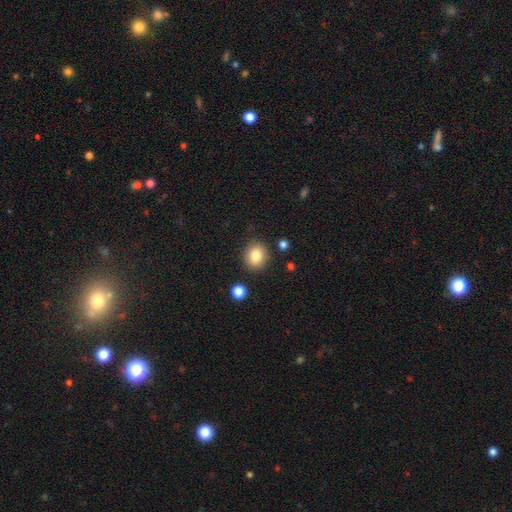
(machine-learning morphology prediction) This is clearly a smooth galaxy (83%). How rounded: likely round (77%). Merging: clearly none (86%).